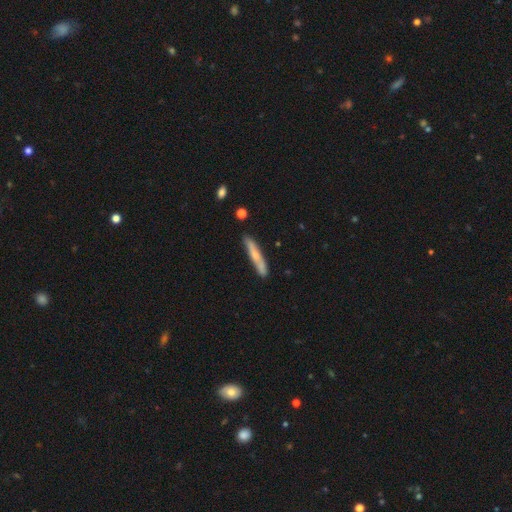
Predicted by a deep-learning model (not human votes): Q: Smooth or featured?
A: smooth (52%); runner-up: featured or disk (42%)
Q: How rounded?
A: cigar-shaped (93%); runner-up: in between (6%)
Q: Merging?
A: none (81%); runner-up: minor disturbance (14%)